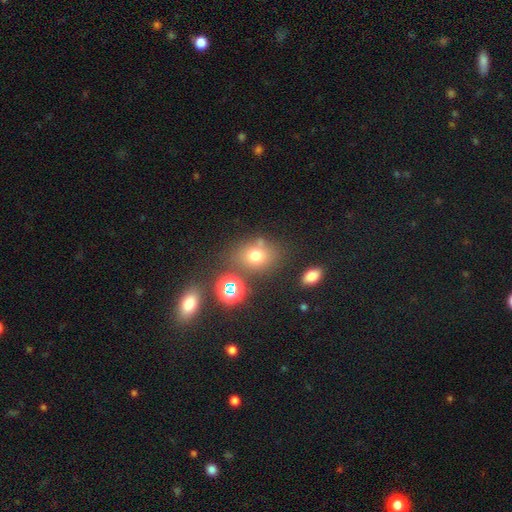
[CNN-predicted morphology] Smooth or featured? Predicted: smooth (p=0.69). How rounded? Predicted: round (p=0.56). Merging? Predicted: none (p=0.69).